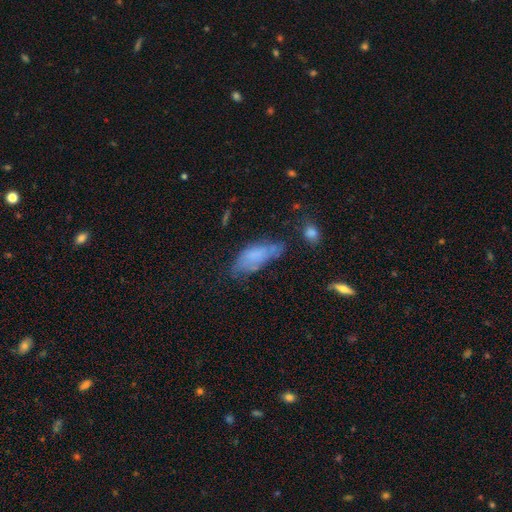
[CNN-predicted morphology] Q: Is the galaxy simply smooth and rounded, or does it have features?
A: smooth — 64%.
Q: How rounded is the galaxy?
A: in between — 78%.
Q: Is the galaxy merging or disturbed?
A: none — 43%.